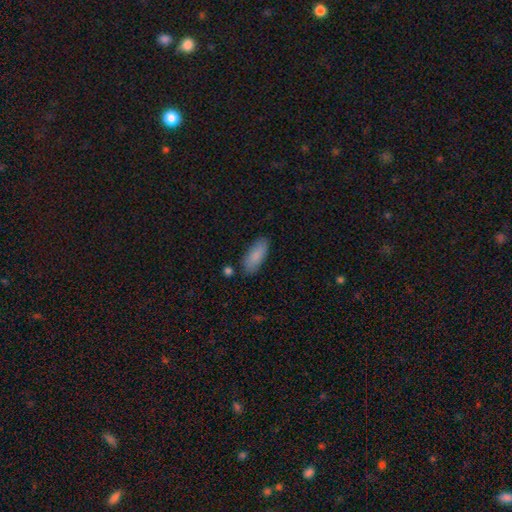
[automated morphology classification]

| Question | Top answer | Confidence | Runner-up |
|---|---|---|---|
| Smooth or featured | smooth | 86% | featured or disk (8%) |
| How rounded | in between | 78% | cigar-shaped (20%) |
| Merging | none | 82% | minor disturbance (12%) |